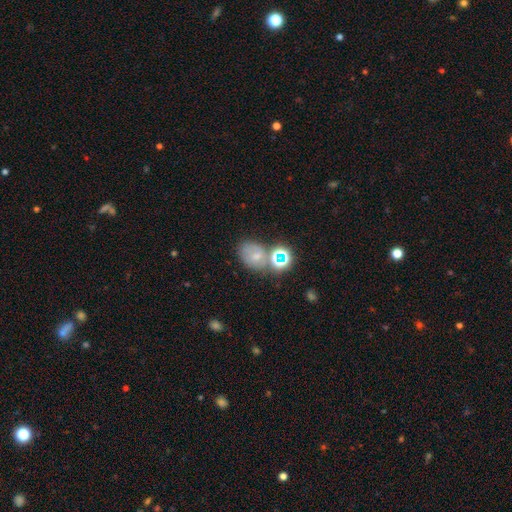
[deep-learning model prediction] A smooth galaxy with no disk features (55%) that is in between round and cigar-shaped (60%). Merging: none (52%).